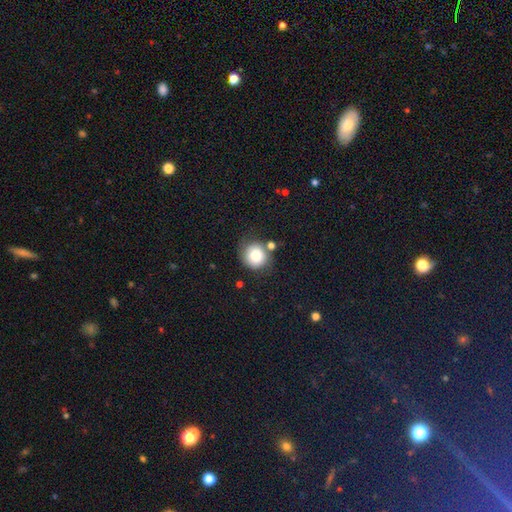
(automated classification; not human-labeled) Smooth or featured? Predicted: smooth (p=0.80). How rounded? Predicted: round (p=0.87). Merging? Predicted: none (p=0.68).